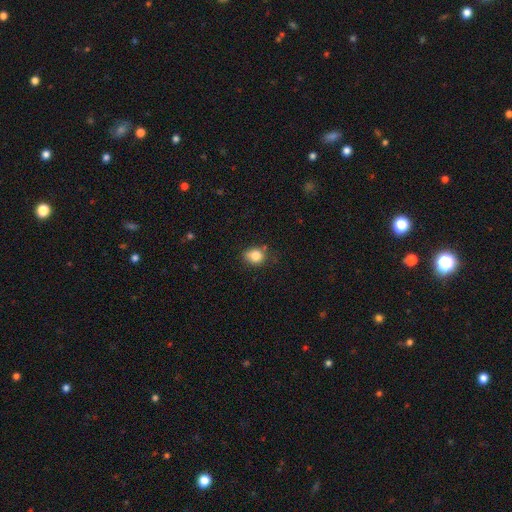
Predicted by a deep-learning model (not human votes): This is clearly a smooth galaxy (82%). How rounded: likely round (61%). Merging: likely none (67%).